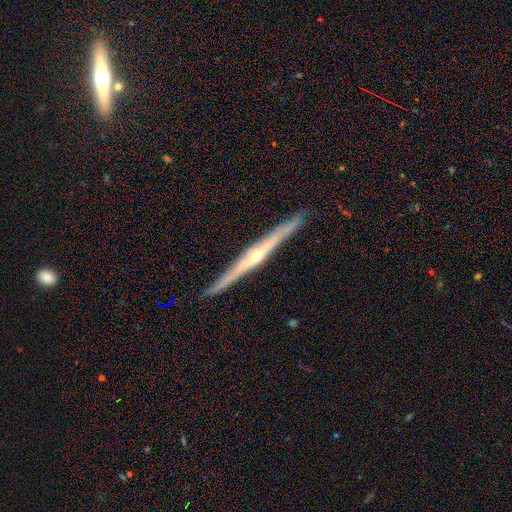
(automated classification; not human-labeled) Smooth or featured: featured or disk — 83% (smooth — 12%)
Edge-on disk: yes — 98% (no — 2%)
Edge-on bulge: rounded — 82% (none — 13%)
Merging: none — 92% (minor disturbance — 6%)